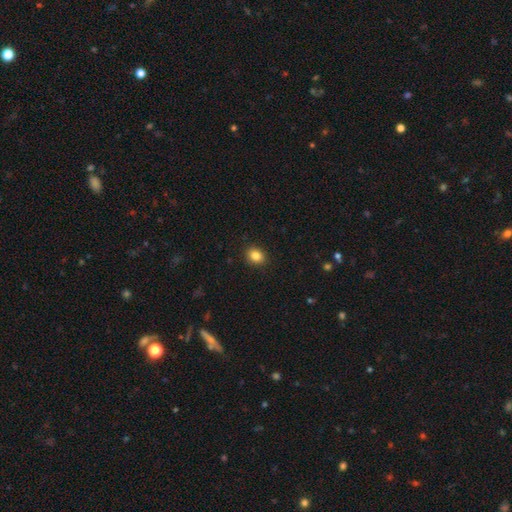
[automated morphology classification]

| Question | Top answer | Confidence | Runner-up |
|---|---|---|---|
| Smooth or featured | smooth | 85% | star or artifact (10%) |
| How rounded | round | 52% | in between (47%) |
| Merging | none | 91% | minor disturbance (7%) |